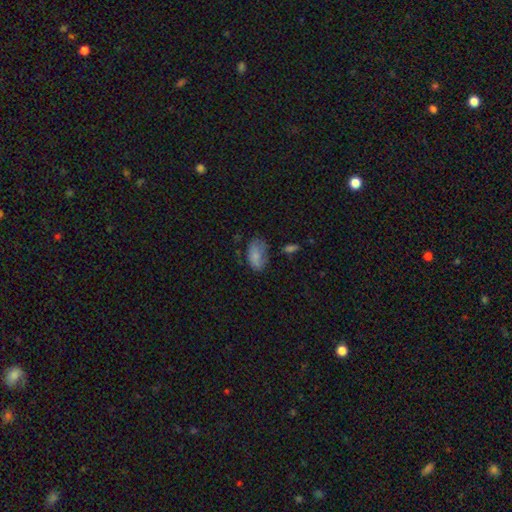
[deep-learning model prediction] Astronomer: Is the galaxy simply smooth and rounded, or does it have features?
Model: smooth — 79%.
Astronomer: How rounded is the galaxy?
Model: in between — 91%.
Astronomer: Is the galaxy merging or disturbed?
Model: none — 55%.